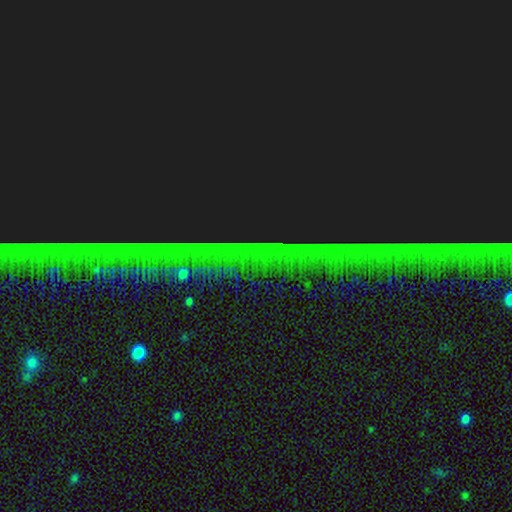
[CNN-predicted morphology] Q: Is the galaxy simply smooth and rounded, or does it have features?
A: star or artifact — 88%.